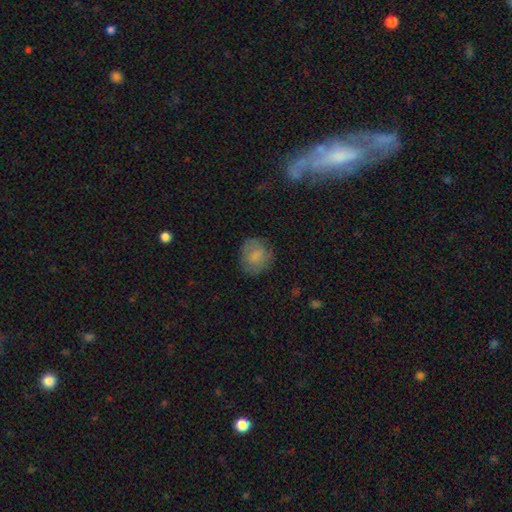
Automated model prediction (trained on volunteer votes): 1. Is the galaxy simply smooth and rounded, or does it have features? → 77% smooth, 15% featured or disk, 8% star or artifact.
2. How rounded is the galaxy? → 75% round, 24% in between, 1% cigar-shaped.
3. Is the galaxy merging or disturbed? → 75% none, 17% minor disturbance, 6% major disturbance, 1% merger.